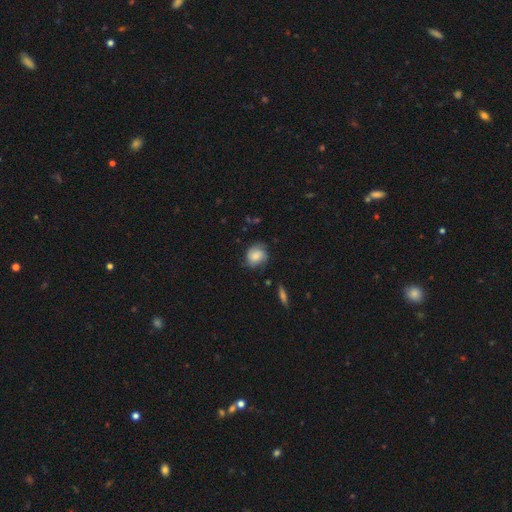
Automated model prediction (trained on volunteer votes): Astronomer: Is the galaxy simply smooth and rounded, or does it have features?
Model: smooth — 68%.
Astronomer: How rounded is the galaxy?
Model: round — 71%.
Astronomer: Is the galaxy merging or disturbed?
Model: none — 67%.